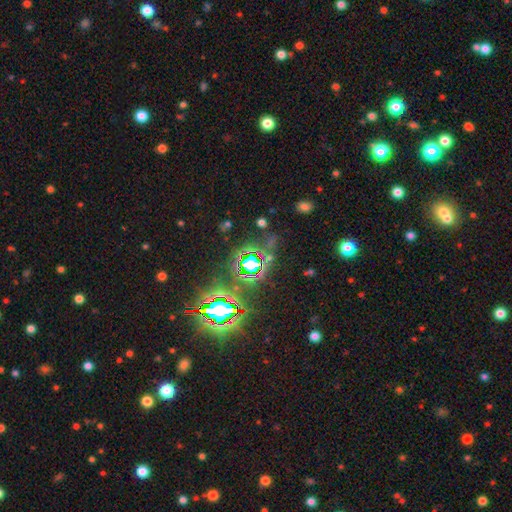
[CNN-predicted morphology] Smooth or featured? star or artifact (80%)